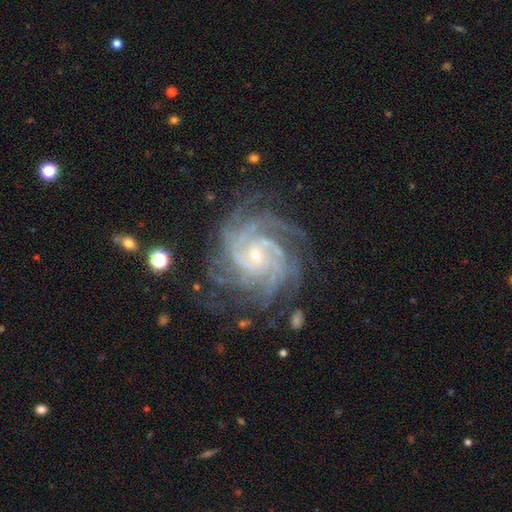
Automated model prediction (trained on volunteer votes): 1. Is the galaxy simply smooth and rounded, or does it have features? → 92% featured or disk, 5% star or artifact, 3% smooth.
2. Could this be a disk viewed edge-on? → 98% no, 2% yes.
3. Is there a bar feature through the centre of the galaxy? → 58% no, 32% weak, 10% strong.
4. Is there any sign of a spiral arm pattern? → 99% yes, 1% no.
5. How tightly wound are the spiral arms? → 71% tight, 25% medium, 3% loose.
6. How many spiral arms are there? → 29% 4, 28% more than 4, 15% can't tell, 12% 3, 8% 2, 7% 1.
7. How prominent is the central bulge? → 70% small, 26% moderate, 2% none, 1% large, 1% dominant.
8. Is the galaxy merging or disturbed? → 75% none, 16% minor disturbance, 7% major disturbance, 1% merger.